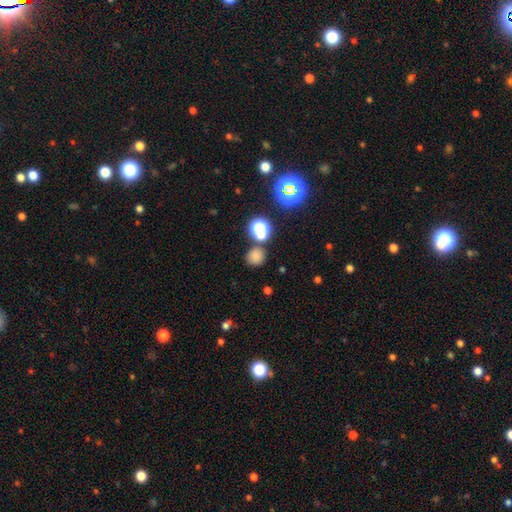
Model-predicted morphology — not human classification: Smooth or featured? Predicted: smooth (p=0.73). How rounded? Predicted: round (p=0.83). Merging? Predicted: none (p=0.75).